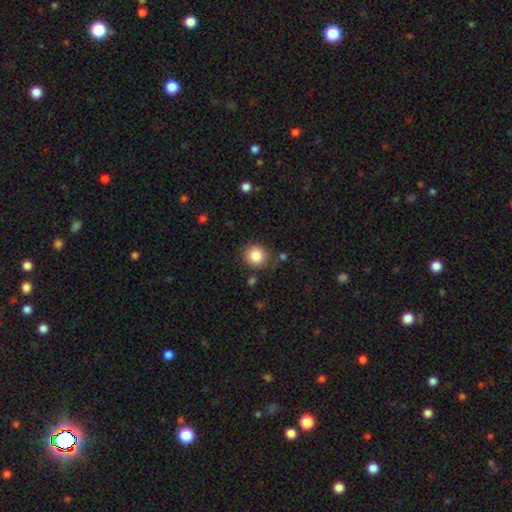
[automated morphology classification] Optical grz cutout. It shows a smooth galaxy with no disk features (86%) that is round (89%). Merging: none (82%).